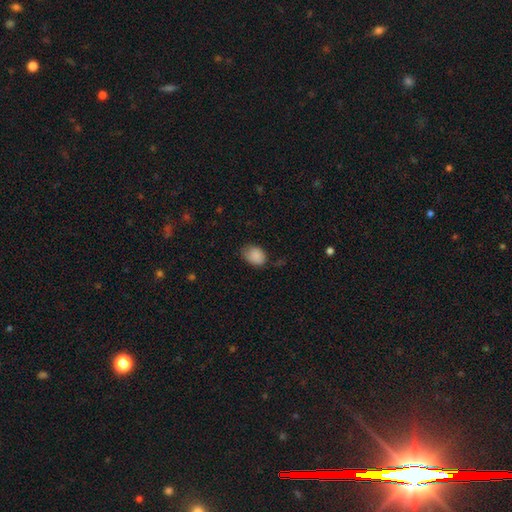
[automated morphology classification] Smooth or featured?
  - smooth: 87% *
  - star or artifact: 8%
  - featured or disk: 5%
How rounded?
  - in between: 73% *
  - round: 26%
  - cigar-shaped: 1%
Merging?
  - none: 61% *
  - minor disturbance: 31%
  - major disturbance: 7%
  - merger: 2%